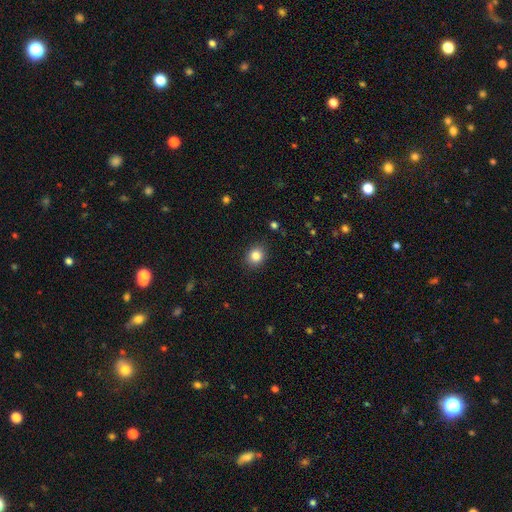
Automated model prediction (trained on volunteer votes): Smooth or featured? smooth (85%)
How rounded? round (71%)
Merging? none (89%)